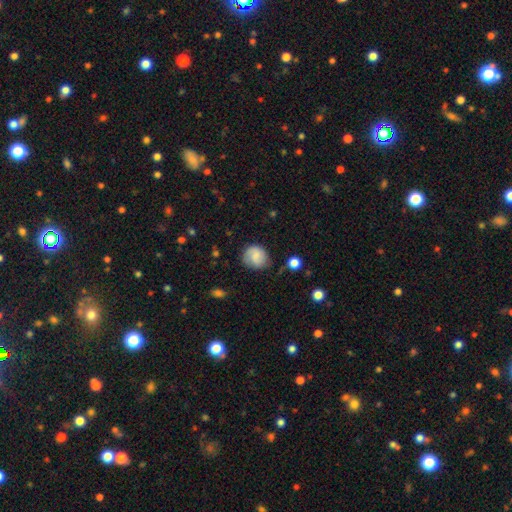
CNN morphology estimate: Smooth or featured?
  - smooth: 61% *
  - featured or disk: 31%
  - star or artifact: 8%
How rounded?
  - round: 75% *
  - in between: 24%
  - cigar-shaped: 1%
Merging?
  - none: 63% *
  - minor disturbance: 25%
  - major disturbance: 9%
  - merger: 2%